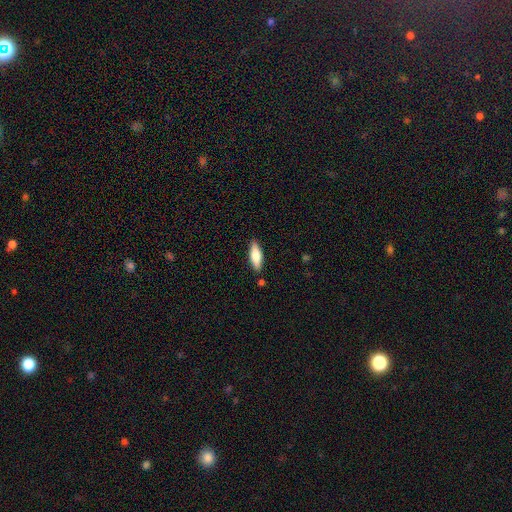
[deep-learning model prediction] A smooth galaxy with no disk features (73%) that is in between round and cigar-shaped (57%). Merging: none (85%).